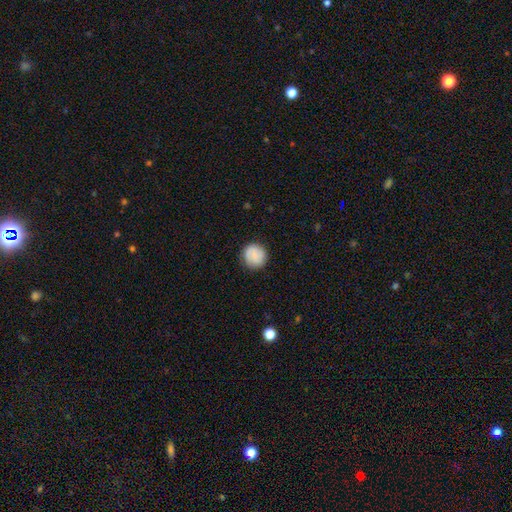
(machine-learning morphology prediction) Smooth or featured? Predicted: smooth (p=0.82). How rounded? Predicted: round (p=0.91). Merging? Predicted: none (p=0.87).